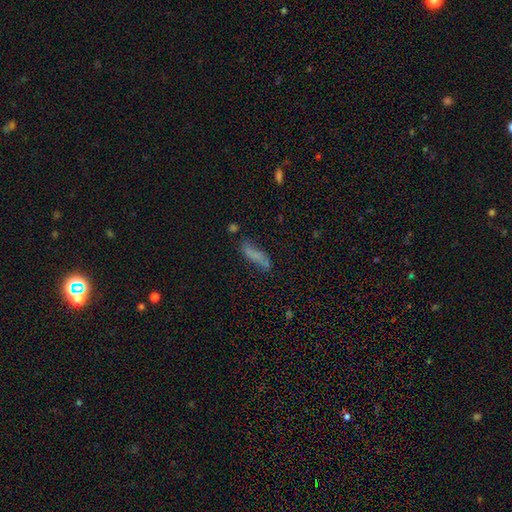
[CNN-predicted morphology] Smooth or featured?
  - smooth: 66% *
  - featured or disk: 23%
  - star or artifact: 11%
How rounded?
  - cigar-shaped: 60% *
  - in between: 37%
  - round: 3%
Merging?
  - none: 60% *
  - minor disturbance: 24%
  - major disturbance: 9%
  - merger: 6%